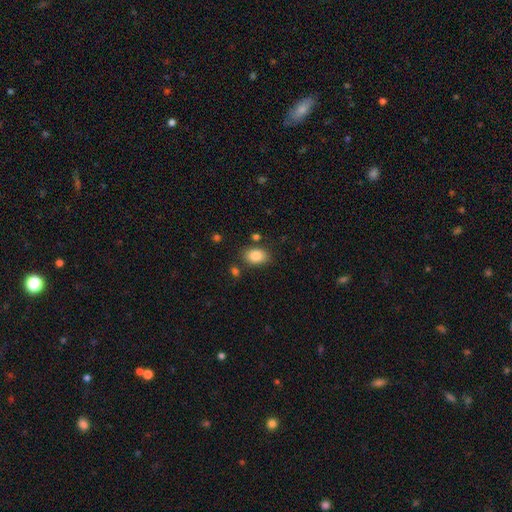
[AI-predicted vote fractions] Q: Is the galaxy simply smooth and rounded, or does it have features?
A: smooth — 86%.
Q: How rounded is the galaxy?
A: in between — 82%.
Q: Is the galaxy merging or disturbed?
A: none — 79%.